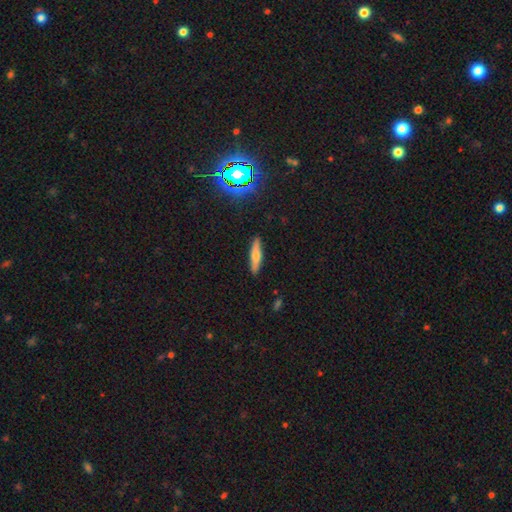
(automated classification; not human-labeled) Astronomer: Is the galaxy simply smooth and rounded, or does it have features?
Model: smooth — 57% (runner-up: featured or disk, 34%).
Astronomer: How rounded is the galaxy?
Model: cigar-shaped — 81%.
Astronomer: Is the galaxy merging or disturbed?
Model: none — 89%.